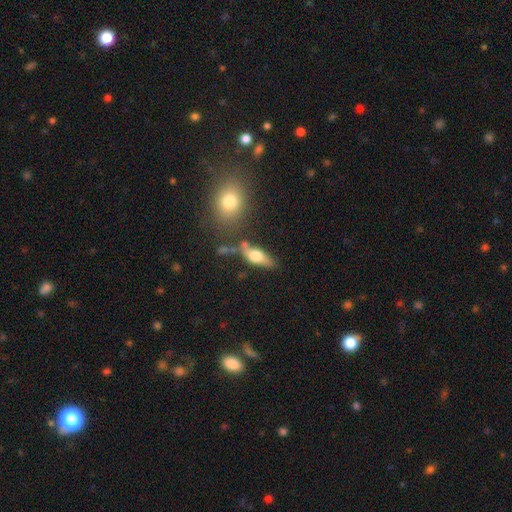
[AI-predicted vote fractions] Q: Smooth or featured?
A: smooth (51%); runner-up: featured or disk (42%)
Q: How rounded?
A: in between (62%); runner-up: cigar-shaped (32%)
Q: Merging?
A: none (61%); runner-up: minor disturbance (18%)